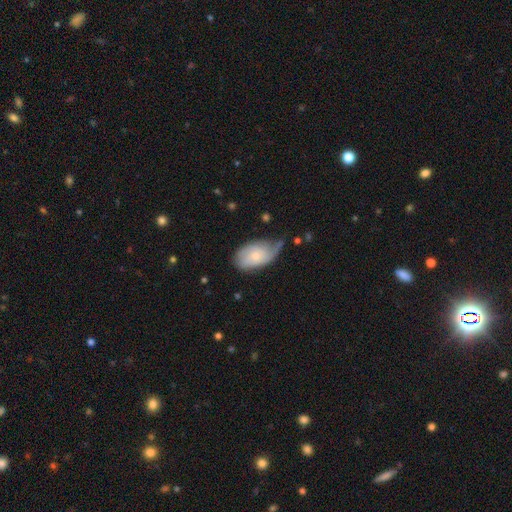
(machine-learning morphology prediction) The model was most divided on "merging": none: 41%, minor disturbance: 39%, major disturbance: 18%, merger: 3%. More confident: edge-on disk — no (95%); spiral arms — yes (83%); bar — no (77%); bulge size — small (61%); smooth or featured — featured or disk (55%).